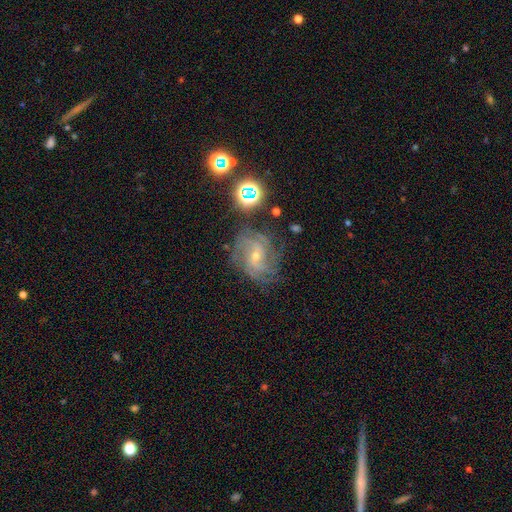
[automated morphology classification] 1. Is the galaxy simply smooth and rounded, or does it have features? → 79% featured or disk, 13% star or artifact, 9% smooth.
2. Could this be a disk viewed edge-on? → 97% no, 3% yes.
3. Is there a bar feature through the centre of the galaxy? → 46% weak, 43% no, 11% strong.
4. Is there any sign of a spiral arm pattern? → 95% yes, 5% no.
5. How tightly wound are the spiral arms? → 48% tight, 40% medium, 12% loose.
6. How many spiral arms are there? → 34% can't tell, 21% 3, 17% 4, 16% 2, 7% more than 4, 6% 1.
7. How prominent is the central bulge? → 69% small, 27% moderate, 2% none, 1% large, 1% dominant.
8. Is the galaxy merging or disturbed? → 69% none, 18% minor disturbance, 11% major disturbance, 3% merger.